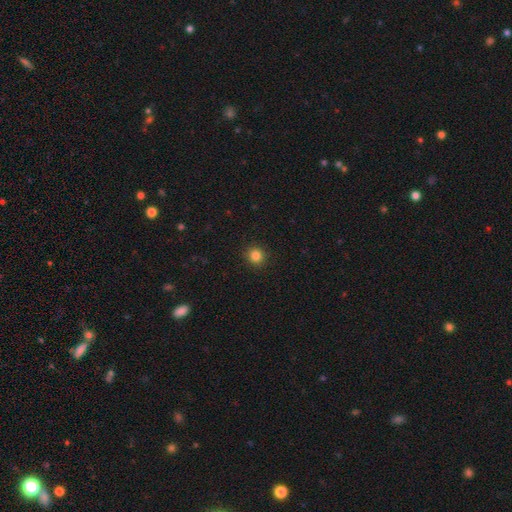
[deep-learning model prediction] This is clearly a smooth galaxy (85%). How rounded: clearly round (91%). Merging: clearly none (92%).